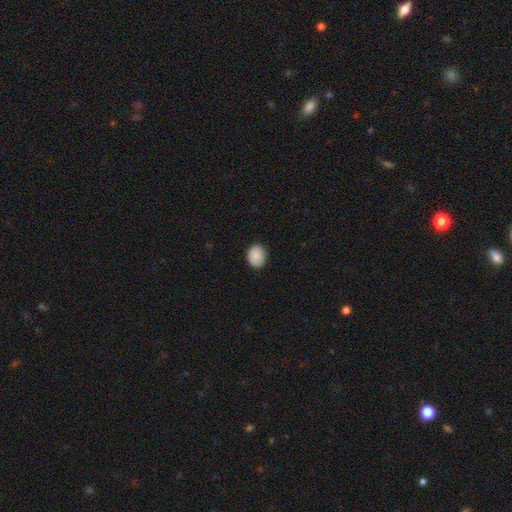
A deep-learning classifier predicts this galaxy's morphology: Smooth or featured: smooth — 90% (star or artifact — 7%)
How rounded: in between — 52% (round — 47%)
Merging: none — 86% (minor disturbance — 11%)